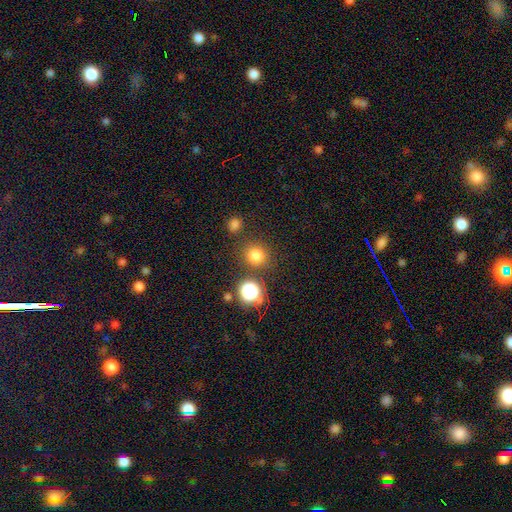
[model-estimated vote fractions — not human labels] Morphology: type=smooth (76%); roundness=round (90%); merging=none (82%).